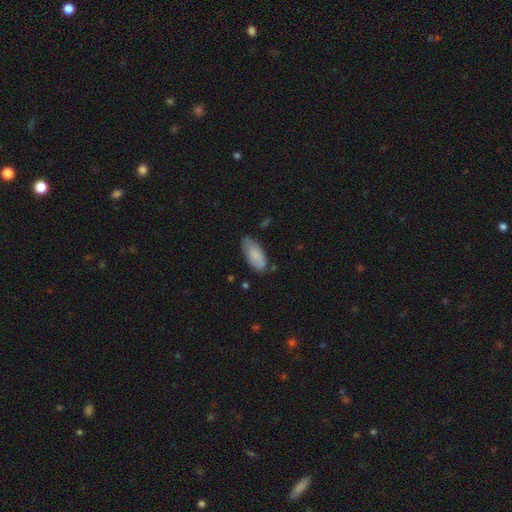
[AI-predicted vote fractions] Smooth or featured?
  - smooth: 82% *
  - featured or disk: 12%
  - star or artifact: 6%
How rounded?
  - in between: 88% *
  - cigar-shaped: 10%
  - round: 2%
Merging?
  - none: 66% *
  - minor disturbance: 27%
  - major disturbance: 5%
  - merger: 2%